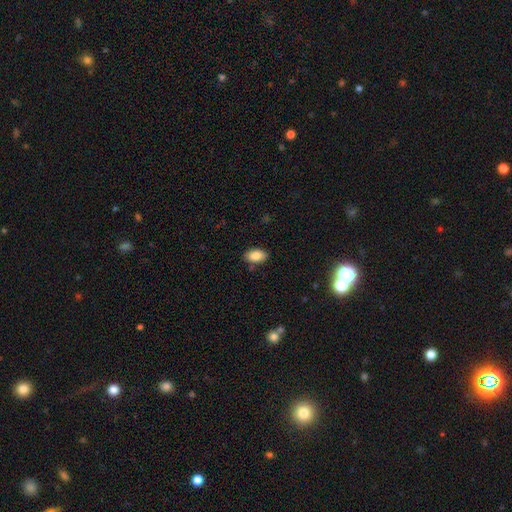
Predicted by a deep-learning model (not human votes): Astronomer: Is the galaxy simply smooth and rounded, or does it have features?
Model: smooth — 85%.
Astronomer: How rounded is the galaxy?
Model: in between — 91%.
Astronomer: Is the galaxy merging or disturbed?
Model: none — 84%.